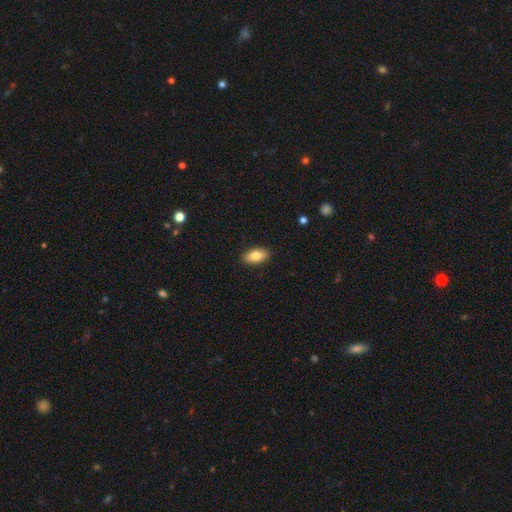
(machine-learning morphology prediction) A smooth galaxy with no disk features (81%) that is in between round and cigar-shaped (91%). Merging: none (90%).